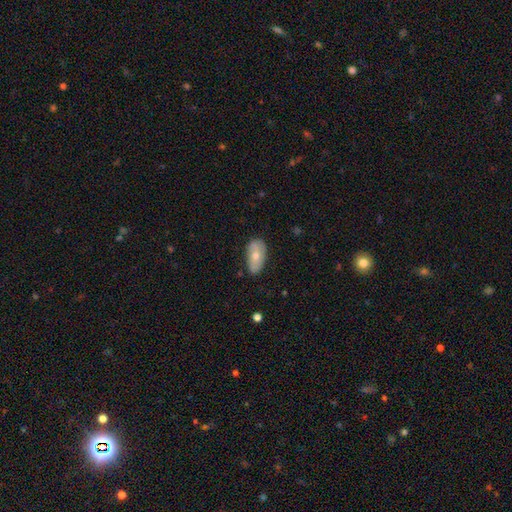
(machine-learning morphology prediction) Smooth or featured: smooth — 61% (featured or disk — 32%)
How rounded: in between — 92% (round — 5%)
Merging: none — 68% (minor disturbance — 26%)